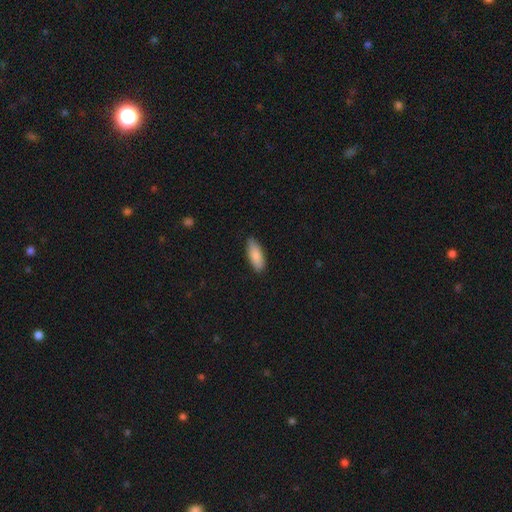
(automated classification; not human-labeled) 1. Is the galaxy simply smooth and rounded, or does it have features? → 87% smooth, 8% featured or disk, 6% star or artifact.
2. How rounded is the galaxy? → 74% in between, 24% cigar-shaped, 2% round.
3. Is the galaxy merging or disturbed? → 85% none, 12% minor disturbance, 2% major disturbance, 1% merger.